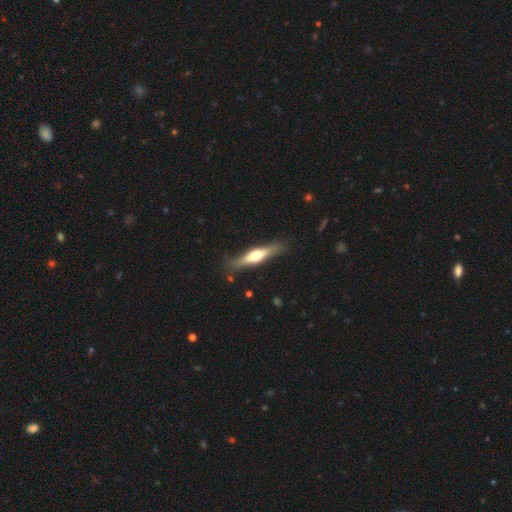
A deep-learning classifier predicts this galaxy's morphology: A featured or disk galaxy (58%) viewed edge-on (93%) with a rounded central bulge (90%).

Vote fractions:
- Smooth or featured? featured or disk: 58% / smooth: 37% / star or artifact: 5%
- Edge-on disk? yes: 93% / no: 7%
- Edge-on bulge? rounded: 90% / boxy: 6% / none: 3%
- Merging? none: 82% / minor disturbance: 13% / major disturbance: 3% / merger: 2%